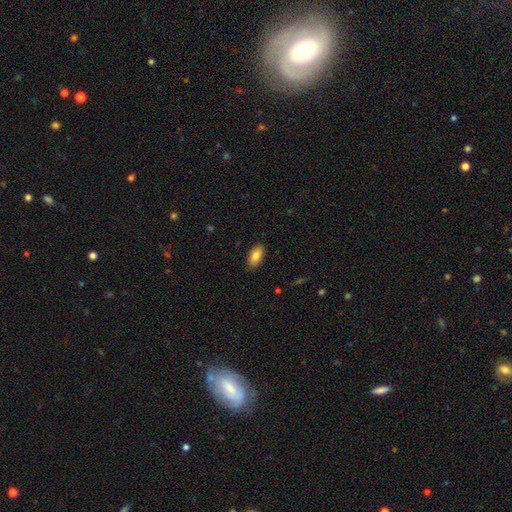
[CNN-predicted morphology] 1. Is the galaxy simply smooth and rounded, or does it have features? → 85% smooth, 8% featured or disk, 7% star or artifact.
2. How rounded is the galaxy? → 92% in between, 5% cigar-shaped, 3% round.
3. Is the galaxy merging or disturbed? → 87% none, 9% minor disturbance, 2% major disturbance, 1% merger.